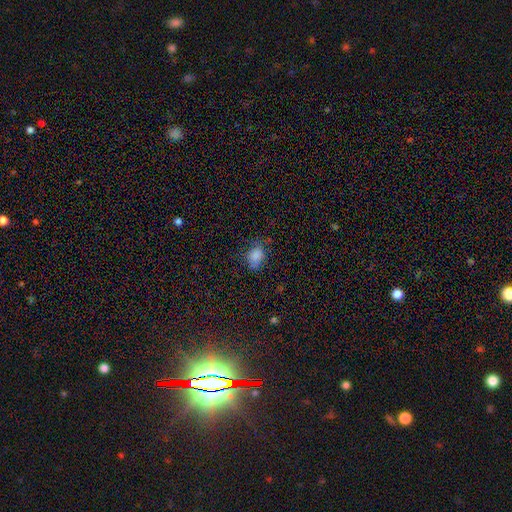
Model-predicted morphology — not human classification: smooth_or_featured: smooth (p=0.82) [alt: star or artifact p=0.12]
how_rounded: in between (p=0.69) [alt: round p=0.30]
merging: none (p=0.63) [alt: minor disturbance p=0.26]